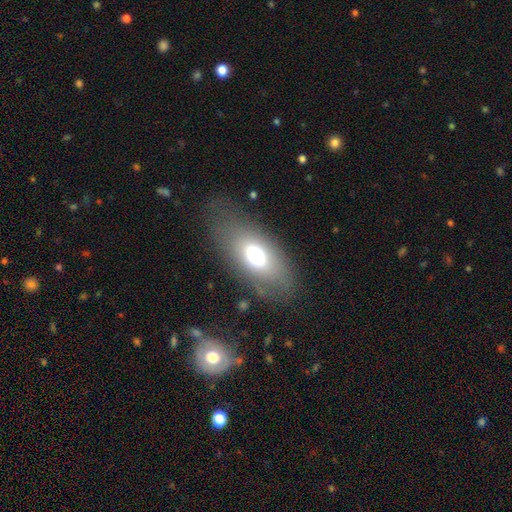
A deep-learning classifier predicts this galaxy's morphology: This appears to be a smooth galaxy with no disk features (65%) that is in between round and cigar-shaped (85%). Merging: none (72%).